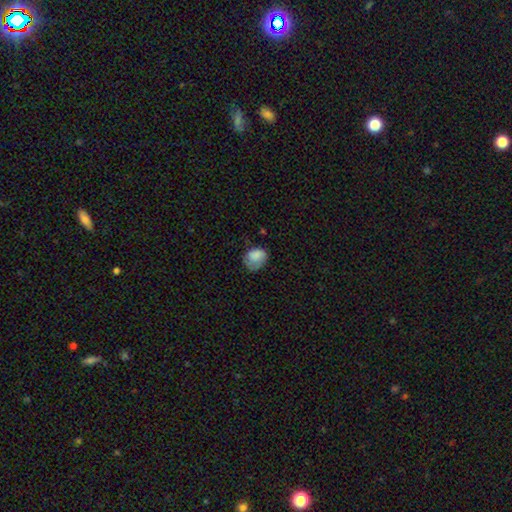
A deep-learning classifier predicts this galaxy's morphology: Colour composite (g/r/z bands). It shows a smooth galaxy with no disk features (79%) that is in between round and cigar-shaped (58%). Merging: none (43%).